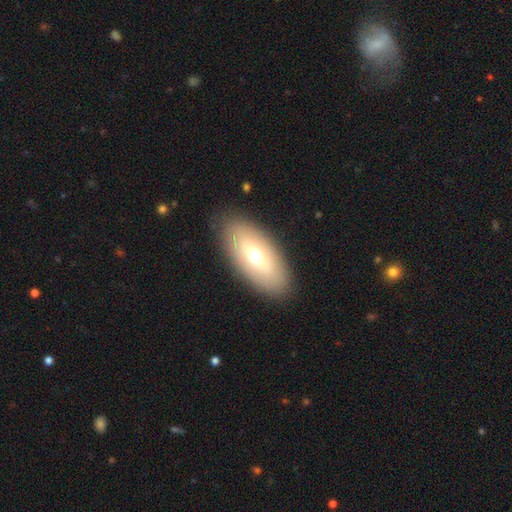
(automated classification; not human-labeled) Smooth or featured? smooth (60%)
How rounded? in between (89%)
Merging? none (86%)